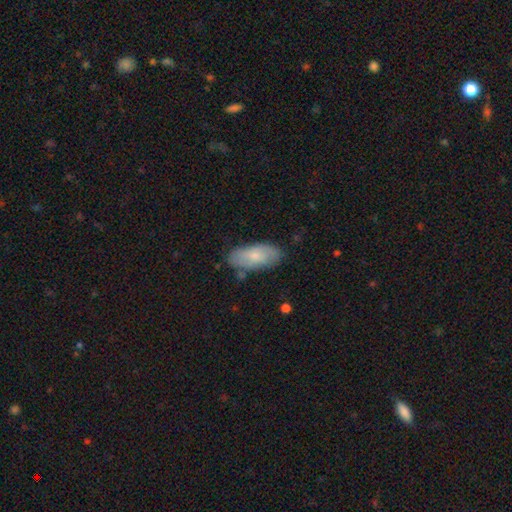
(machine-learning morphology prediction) This is likely a smooth galaxy (71%). How rounded: clearly in between (89%). Merging: likely none (76%).